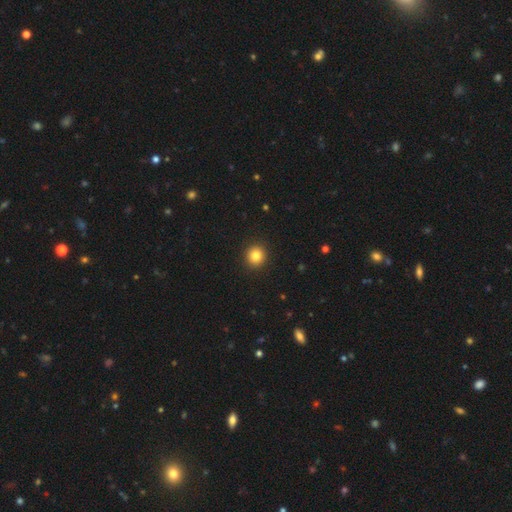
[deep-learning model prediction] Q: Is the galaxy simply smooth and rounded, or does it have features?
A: smooth — 83%.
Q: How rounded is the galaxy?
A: round — 92%.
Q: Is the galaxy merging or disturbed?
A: none — 93%.